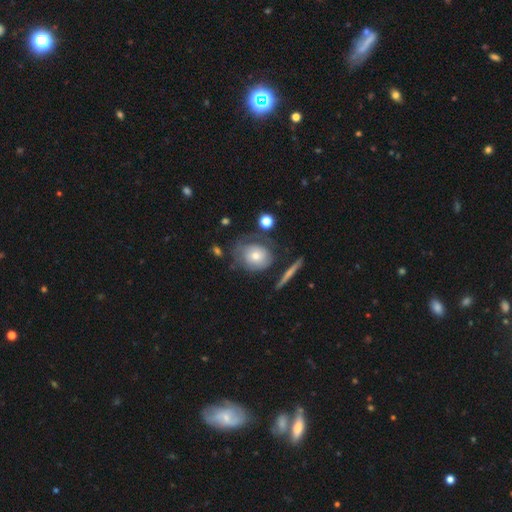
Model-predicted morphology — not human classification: A smooth galaxy with no disk features (48%). Merging: none (53%).